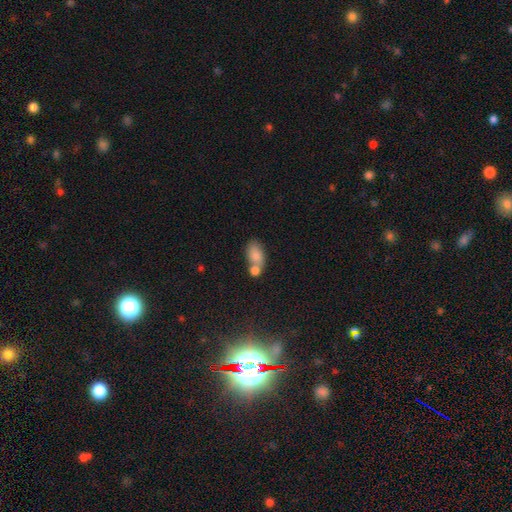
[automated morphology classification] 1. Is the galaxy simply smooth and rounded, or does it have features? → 80% smooth, 12% featured or disk, 9% star or artifact.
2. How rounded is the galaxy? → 87% in between, 10% round, 3% cigar-shaped.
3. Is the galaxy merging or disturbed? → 46% merger, 36% none, 13% minor disturbance, 5% major disturbance.